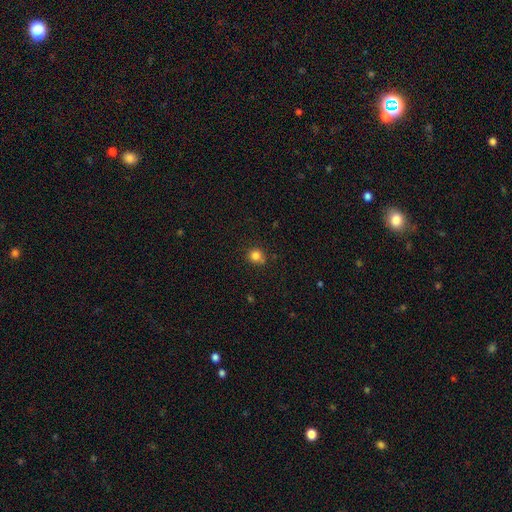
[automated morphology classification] type=smooth (82%); roundness=round (88%); merging=none (73%).